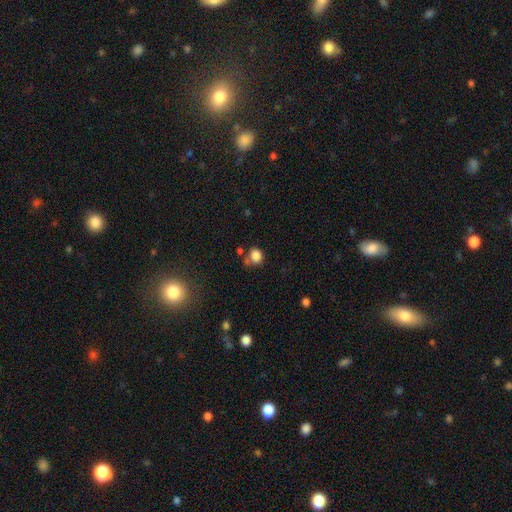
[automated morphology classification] Smooth or featured? Predicted: smooth (p=0.84). How rounded? Predicted: round (p=0.67). Merging? Predicted: none (p=0.59).